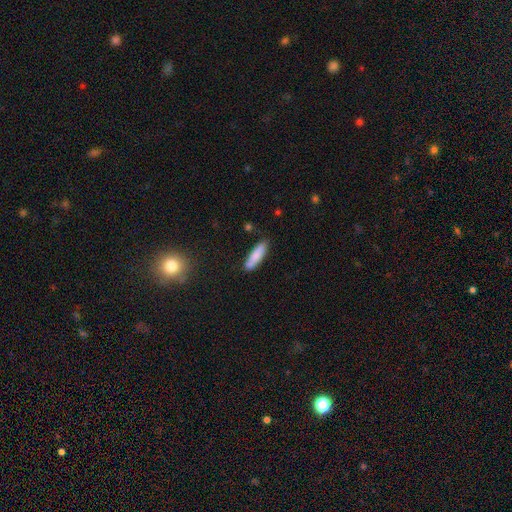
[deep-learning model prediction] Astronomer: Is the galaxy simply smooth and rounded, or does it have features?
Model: smooth — 81%.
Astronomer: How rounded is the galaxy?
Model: cigar-shaped — 69%.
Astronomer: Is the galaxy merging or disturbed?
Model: none — 77%.